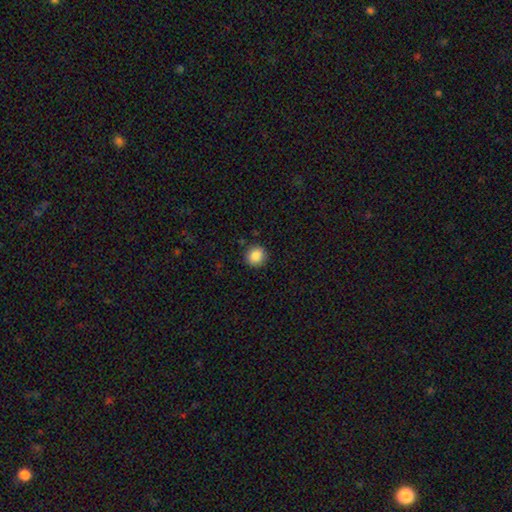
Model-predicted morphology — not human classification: Smooth or featured?
  - smooth: 87% *
  - star or artifact: 9%
  - featured or disk: 4%
How rounded?
  - round: 89% *
  - in between: 10%
  - cigar-shaped: 1%
Merging?
  - none: 89% *
  - minor disturbance: 7%
  - major disturbance: 2%
  - merger: 1%